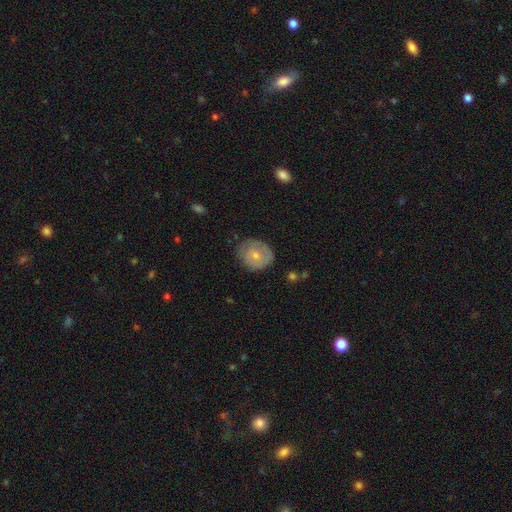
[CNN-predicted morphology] Q: Smooth or featured?
A: smooth (59%); runner-up: featured or disk (35%)
Q: How rounded?
A: round (73%); runner-up: in between (26%)
Q: Merging?
A: none (66%); runner-up: minor disturbance (25%)